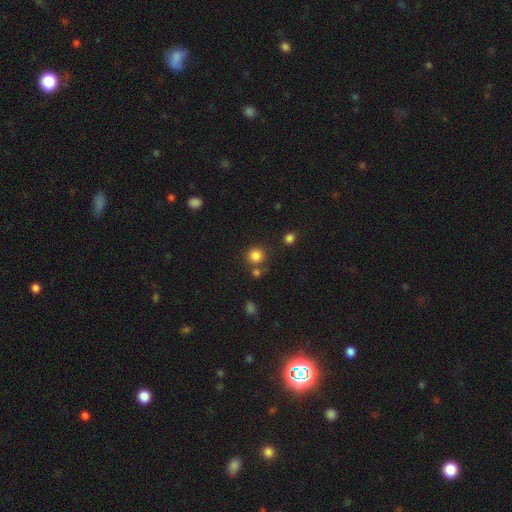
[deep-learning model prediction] This is clearly a smooth galaxy (82%). How rounded: clearly round (91%). Merging: likely none (75%).